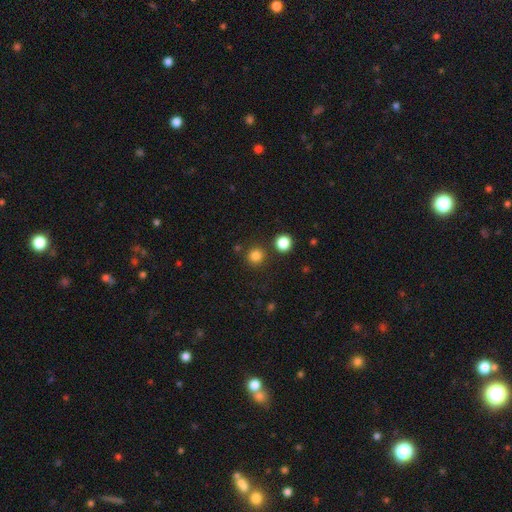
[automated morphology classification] The model was most divided on "smooth or featured": smooth: 82%, star or artifact: 14%, featured or disk: 4%. More confident: how rounded — round (93%); merging — none (85%).